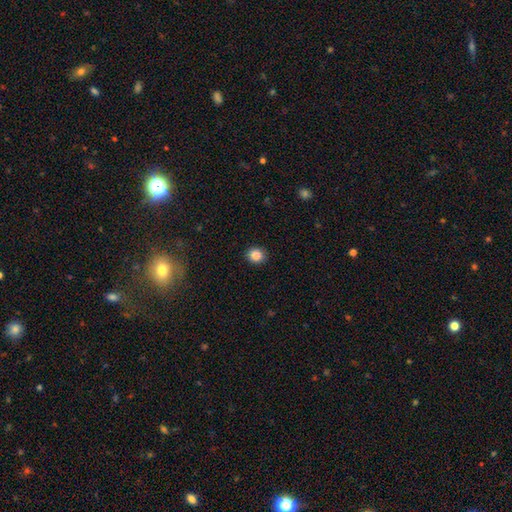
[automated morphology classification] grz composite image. It shows a smooth galaxy with no disk features (85%) that is round (77%). Merging: none (92%).